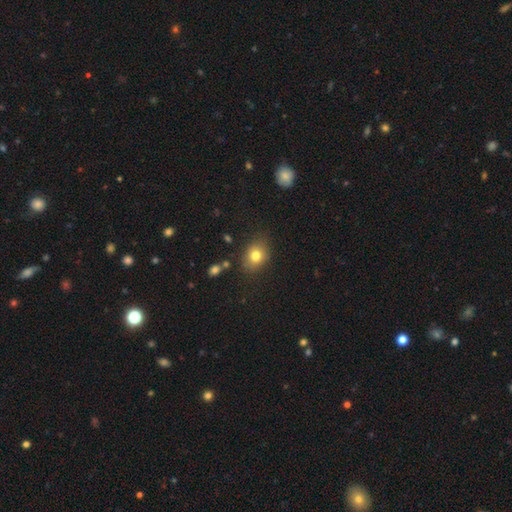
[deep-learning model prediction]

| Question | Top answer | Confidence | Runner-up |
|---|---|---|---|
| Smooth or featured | smooth | 78% | star or artifact (12%) |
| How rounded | in between | 51% | round (48%) |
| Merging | none | 78% | minor disturbance (15%) |